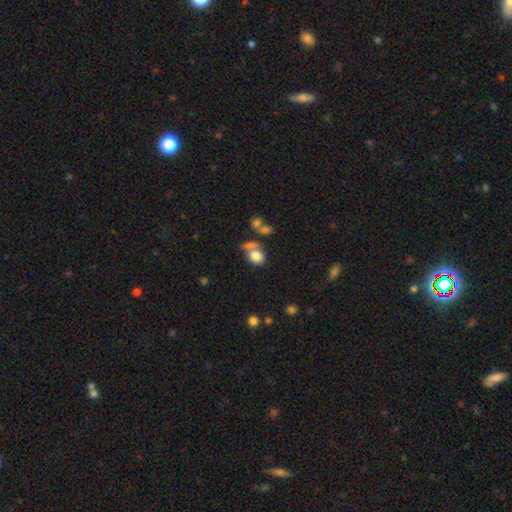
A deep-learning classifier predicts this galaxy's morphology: Smooth or featured: smooth — 78% (featured or disk — 11%)
How rounded: round — 57% (in between — 41%)
Merging: none — 43% (merger — 31%)